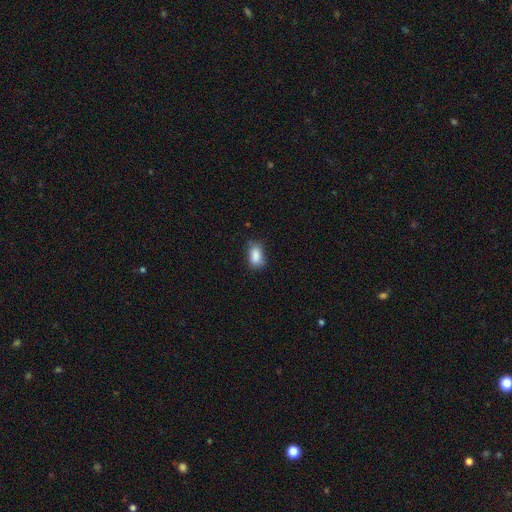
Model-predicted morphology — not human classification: Smooth or featured: smooth — 87% (star or artifact — 8%)
How rounded: in between — 89% (round — 8%)
Merging: none — 70% (minor disturbance — 23%)